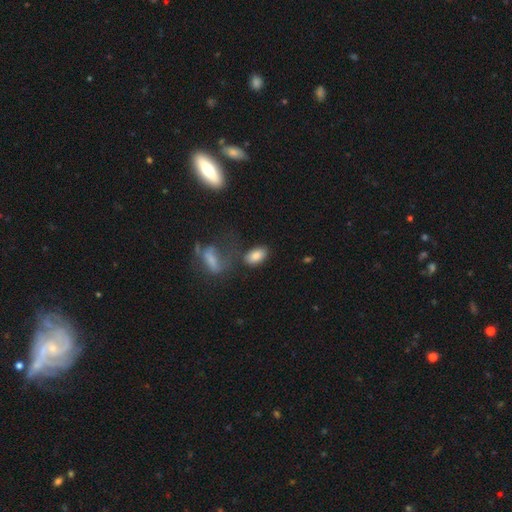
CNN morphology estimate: Smooth or featured?
  - smooth: 82% *
  - featured or disk: 10%
  - star or artifact: 9%
How rounded?
  - in between: 92% *
  - round: 6%
  - cigar-shaped: 2%
Merging?
  - none: 65% *
  - minor disturbance: 15%
  - merger: 13%
  - major disturbance: 7%